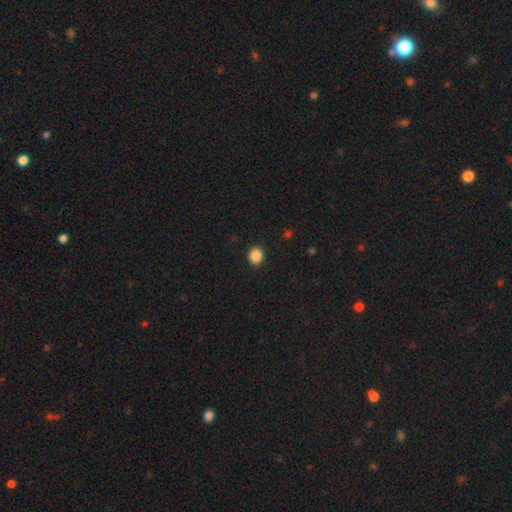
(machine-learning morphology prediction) Q: Smooth or featured?
A: smooth (87%); runner-up: star or artifact (10%)
Q: How rounded?
A: round (72%); runner-up: in between (27%)
Q: Merging?
A: none (91%); runner-up: minor disturbance (6%)